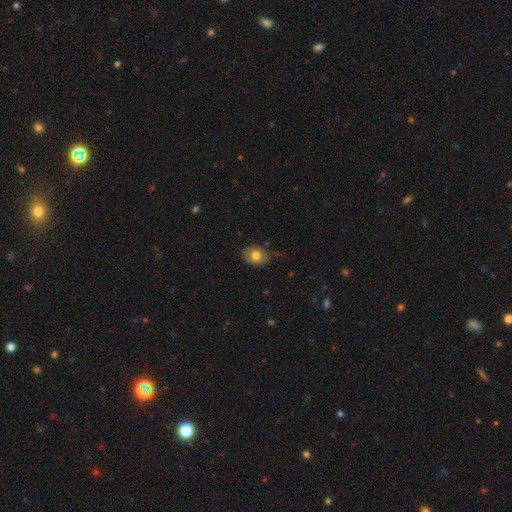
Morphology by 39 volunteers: This is likely a smooth galaxy (64%). How rounded: possibly in between (56%). Merging: likely none (75%).